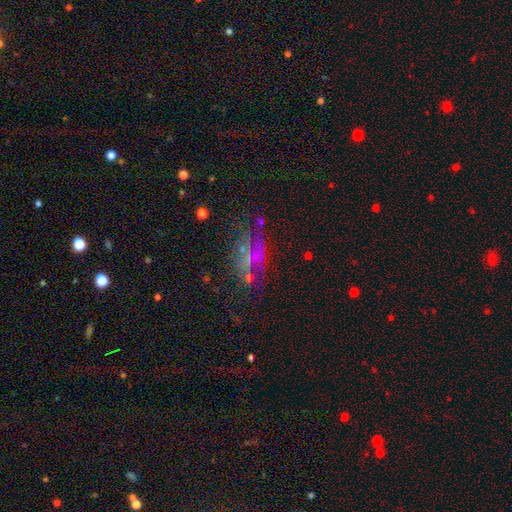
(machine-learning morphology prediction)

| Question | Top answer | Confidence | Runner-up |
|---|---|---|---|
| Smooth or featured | featured or disk | 46% | smooth (27%) |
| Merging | none | 45% | major disturbance (28%) |